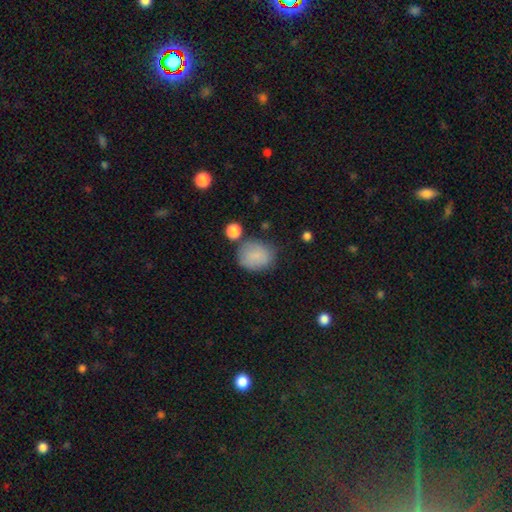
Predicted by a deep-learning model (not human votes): Smooth or featured?
  - smooth: 84% *
  - star or artifact: 9%
  - featured or disk: 8%
How rounded?
  - round: 61% *
  - in between: 38%
  - cigar-shaped: 1%
Merging?
  - none: 68% *
  - minor disturbance: 20%
  - major disturbance: 6%
  - merger: 6%